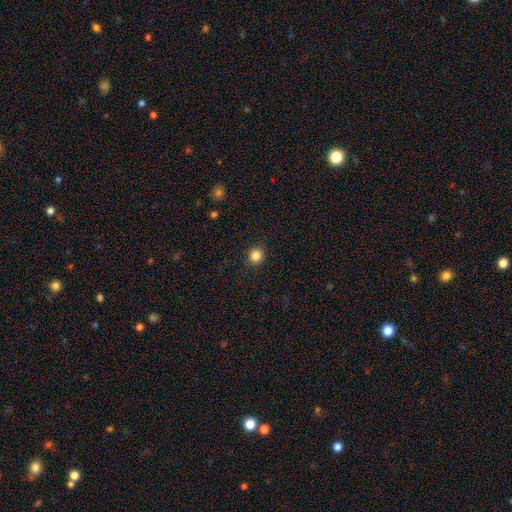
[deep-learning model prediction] A smooth galaxy with no disk features (85%) that is round (84%).

Vote fractions:
- Smooth or featured? smooth: 85% / star or artifact: 11% / featured or disk: 4%
- How rounded? round: 84% / in between: 15% / cigar-shaped: 1%
- Merging? none: 91% / minor disturbance: 6% / major disturbance: 2% / merger: 1%